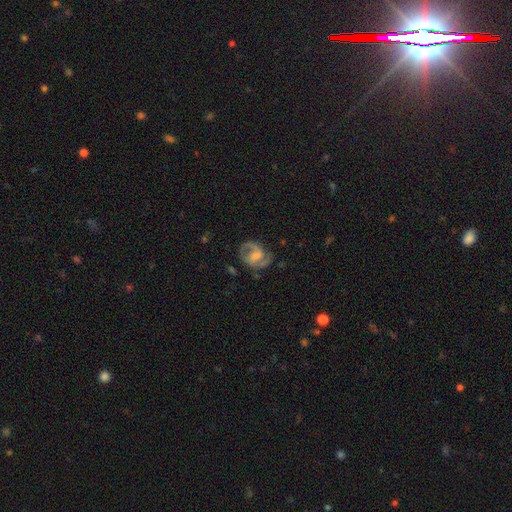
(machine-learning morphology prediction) Q: Smooth or featured?
A: featured or disk (82%); runner-up: smooth (12%)
Q: Edge-on disk?
A: no (98%); runner-up: yes (2%)
Q: Bar?
A: weak (51%); runner-up: no (29%)
Q: Spiral arms?
A: yes (94%); runner-up: no (6%)
Q: Spiral winding?
A: medium (57%); runner-up: tight (24%)
Q: Spiral arm count?
A: 2 (87%); runner-up: can't tell (5%)
Q: Bulge size?
A: moderate (36%); runner-up: small (28%)
Q: Merging?
A: none (70%); runner-up: minor disturbance (18%)